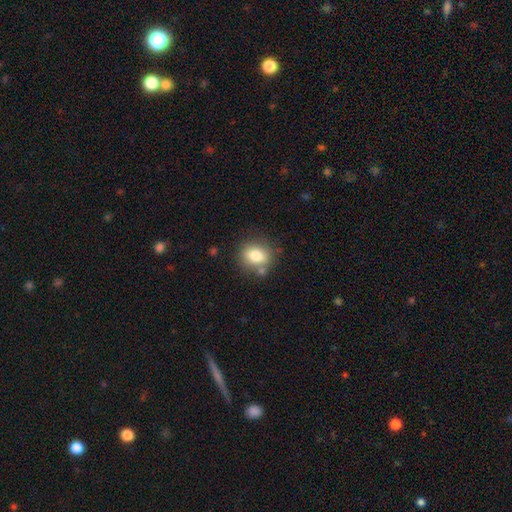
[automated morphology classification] Smooth or featured?
  - smooth: 78% *
  - featured or disk: 13%
  - star or artifact: 9%
How rounded?
  - round: 60% *
  - in between: 39%
  - cigar-shaped: 1%
Merging?
  - none: 74% *
  - minor disturbance: 14%
  - merger: 8%
  - major disturbance: 4%